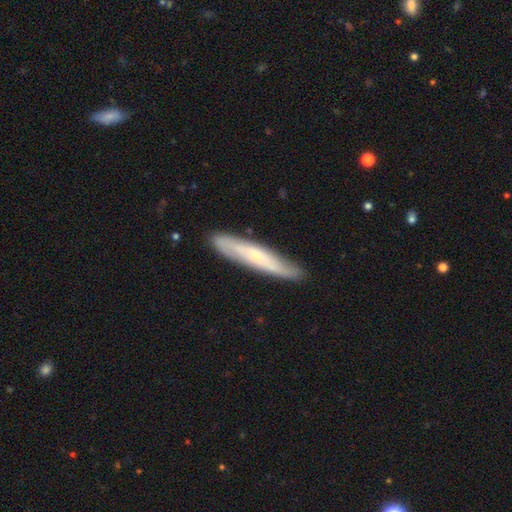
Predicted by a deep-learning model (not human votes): This is possibly a featured or disk galaxy (53%). It is likely viewed edge-on (66%). Merging: clearly none (85%).